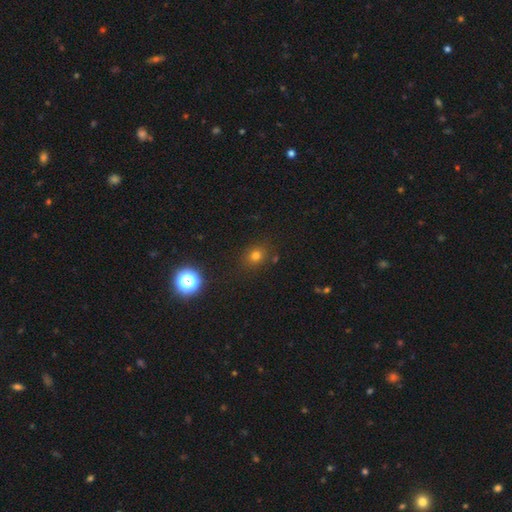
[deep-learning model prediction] Smooth or featured? smooth (72%)
How rounded? round (72%)
Merging? none (84%)